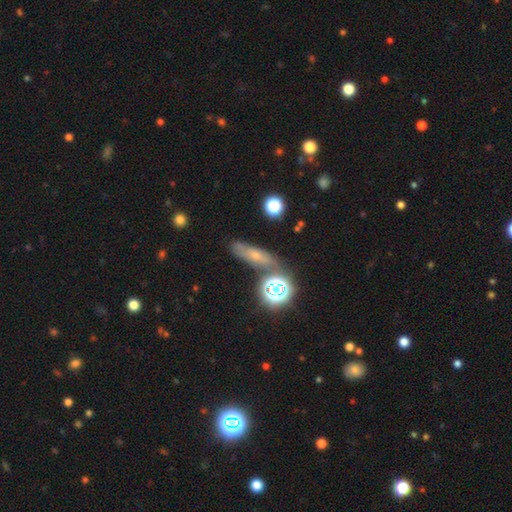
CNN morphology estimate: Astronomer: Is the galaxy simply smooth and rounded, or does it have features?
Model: smooth — 46% (runner-up: featured or disk, 28%).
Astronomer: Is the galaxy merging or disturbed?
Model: none — 67%.